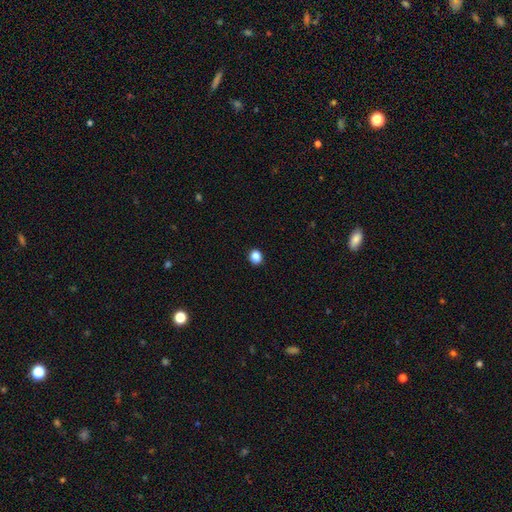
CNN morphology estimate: Smooth or featured? smooth (86%)
How rounded? round (74%)
Merging? none (92%)